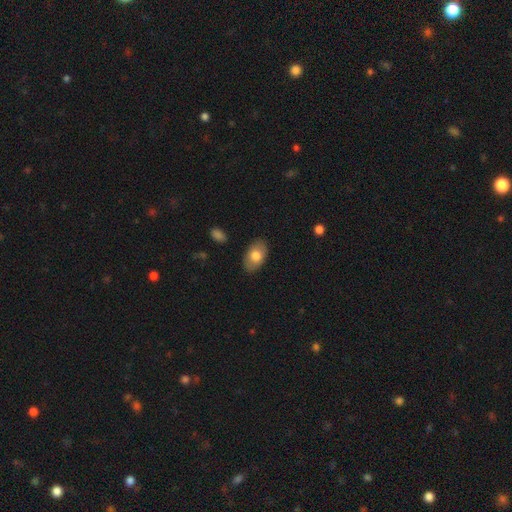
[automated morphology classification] Smooth or featured? smooth (76%)
How rounded? in between (93%)
Merging? none (86%)